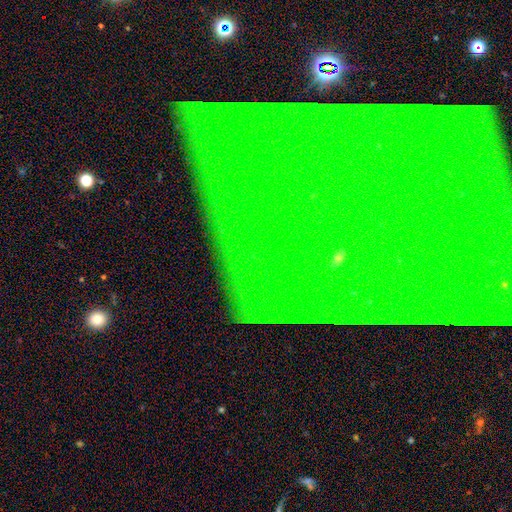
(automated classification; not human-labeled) smooth_or_featured: star or artifact (p=0.82) [alt: featured or disk p=0.10]